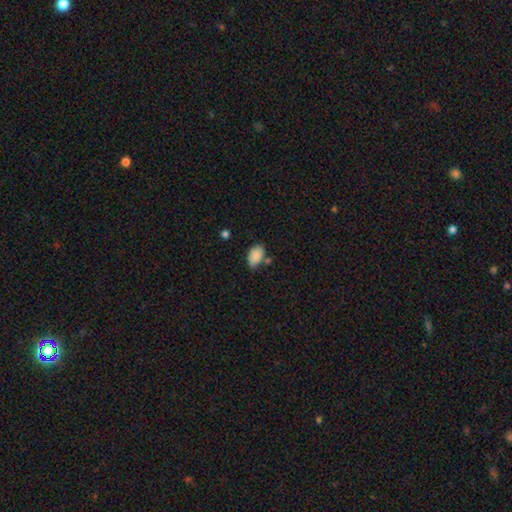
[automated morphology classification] This is clearly a smooth galaxy (86%). How rounded: clearly in between (92%). Merging: likely none (61%).